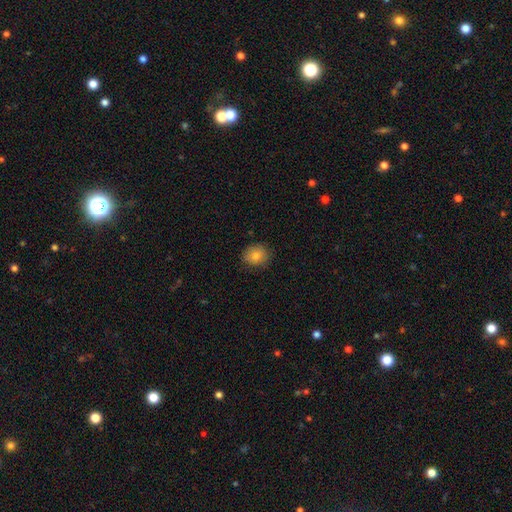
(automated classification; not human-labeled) Q: Smooth or featured?
A: smooth (80%); runner-up: star or artifact (10%)
Q: How rounded?
A: round (81%); runner-up: in between (18%)
Q: Merging?
A: none (85%); runner-up: minor disturbance (12%)